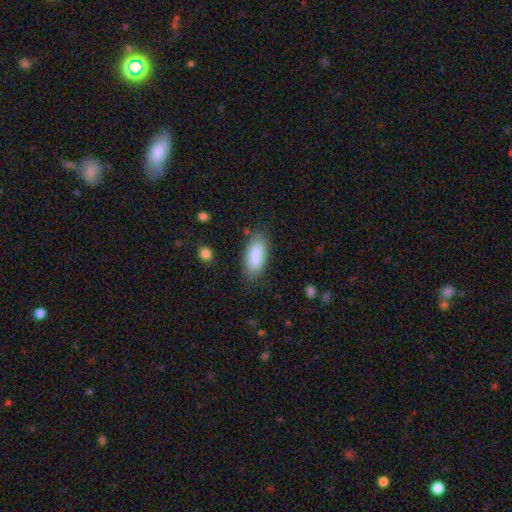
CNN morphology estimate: type=smooth (88%); roundness=in between (84%); merging=none (81%).